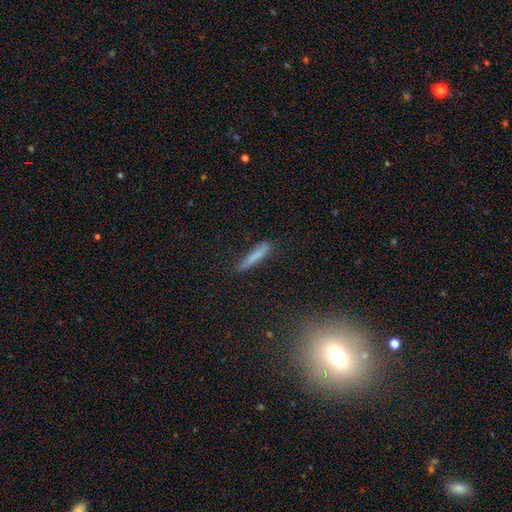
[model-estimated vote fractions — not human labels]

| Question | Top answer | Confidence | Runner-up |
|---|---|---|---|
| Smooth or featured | smooth | 75% | featured or disk (17%) |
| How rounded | cigar-shaped | 92% | in between (7%) |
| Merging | none | 82% | minor disturbance (13%) |